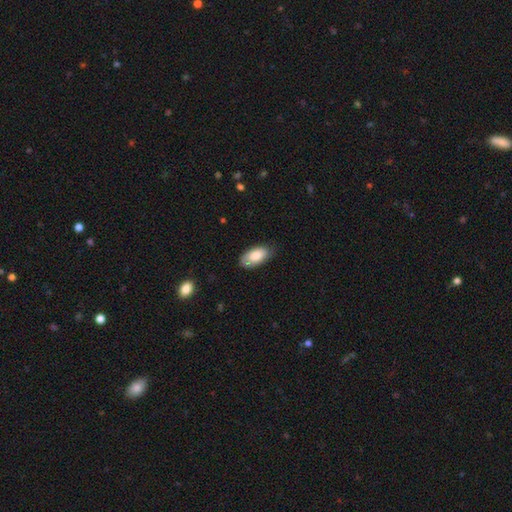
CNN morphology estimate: The model was most divided on "merging": none: 73%, minor disturbance: 22%, major disturbance: 4%, merger: 1%. More confident: how rounded — in between (94%); smooth or featured — smooth (80%).